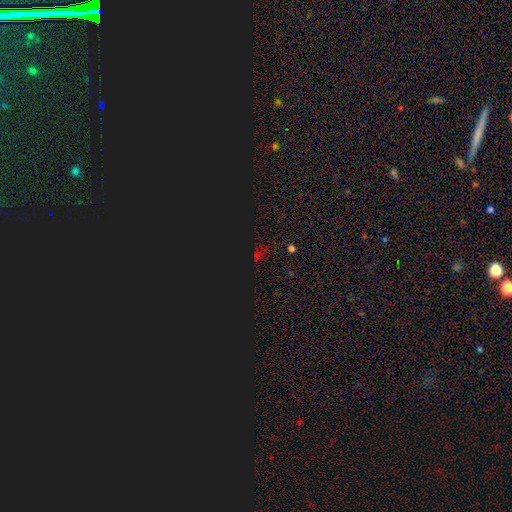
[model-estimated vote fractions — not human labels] Smooth or featured? Predicted: star or artifact (p=0.76).